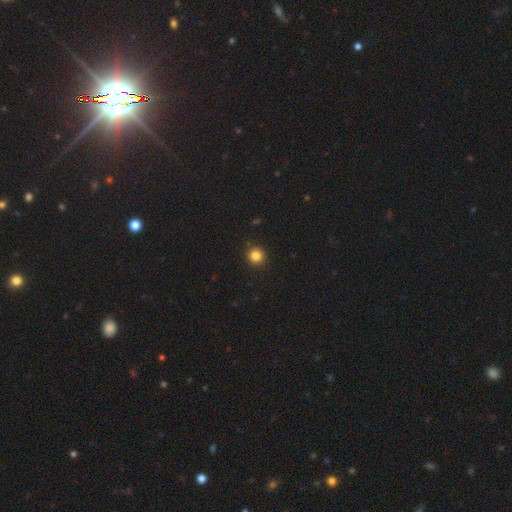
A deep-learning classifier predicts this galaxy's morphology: Smooth or featured? smooth (84%)
How rounded? round (93%)
Merging? none (92%)